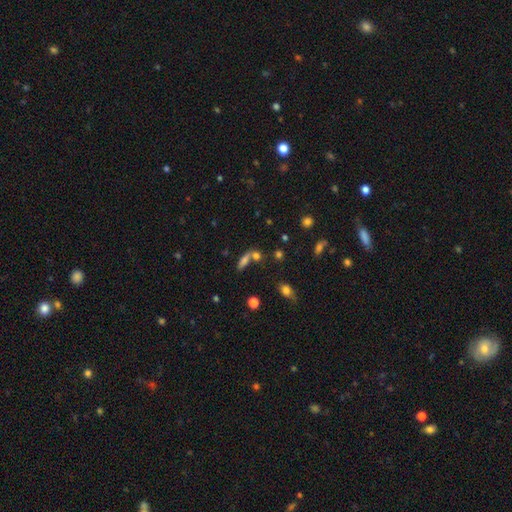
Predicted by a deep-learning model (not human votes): Overall: smooth (68%). How rounded: in between (53%; round 25%). Merging: merger (44%; none 40%).